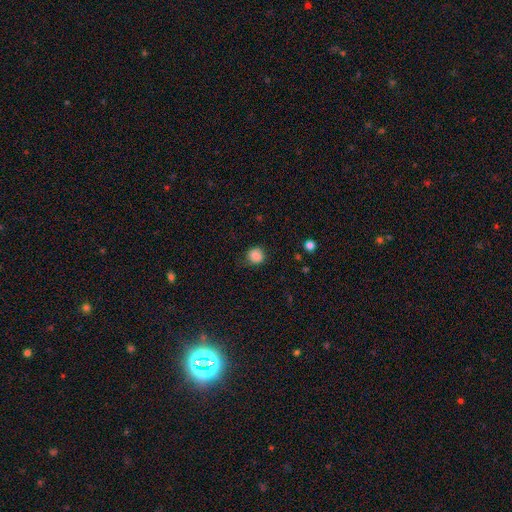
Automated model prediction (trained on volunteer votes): Smooth or featured?
  - smooth: 87% *
  - star or artifact: 10%
  - featured or disk: 3%
How rounded?
  - round: 89% *
  - in between: 10%
  - cigar-shaped: 1%
Merging?
  - none: 77% *
  - minor disturbance: 17%
  - major disturbance: 5%
  - merger: 1%